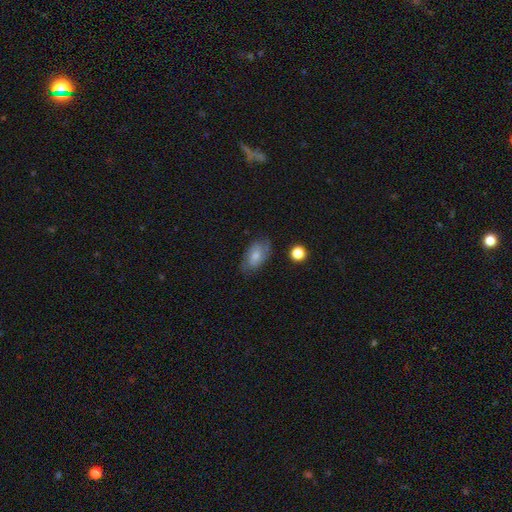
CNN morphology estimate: smooth 48%, featured or disk 44%, star or artifact 8%. Down the decision tree: merging — none (71%).